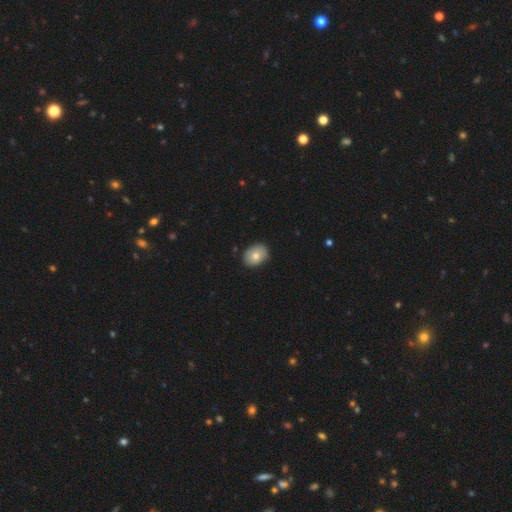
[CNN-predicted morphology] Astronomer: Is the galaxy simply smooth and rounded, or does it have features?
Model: smooth — 77%.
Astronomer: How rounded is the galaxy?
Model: in between — 68%.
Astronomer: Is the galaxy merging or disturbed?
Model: none — 87%.